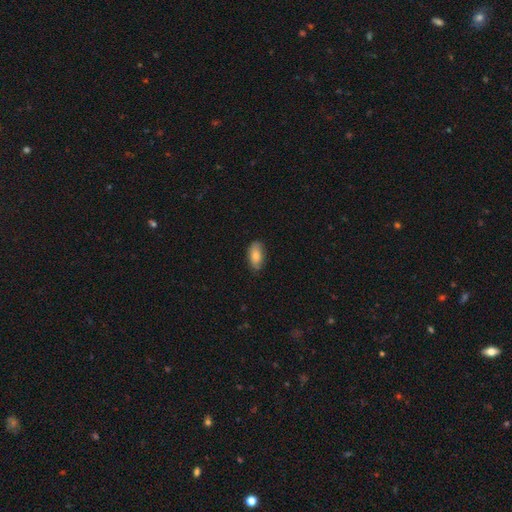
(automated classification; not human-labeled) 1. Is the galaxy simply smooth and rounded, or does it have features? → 81% smooth, 12% featured or disk, 7% star or artifact.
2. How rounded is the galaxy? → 92% in between, 5% cigar-shaped, 4% round.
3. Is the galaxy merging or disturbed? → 78% none, 18% minor disturbance, 3% major disturbance, 1% merger.